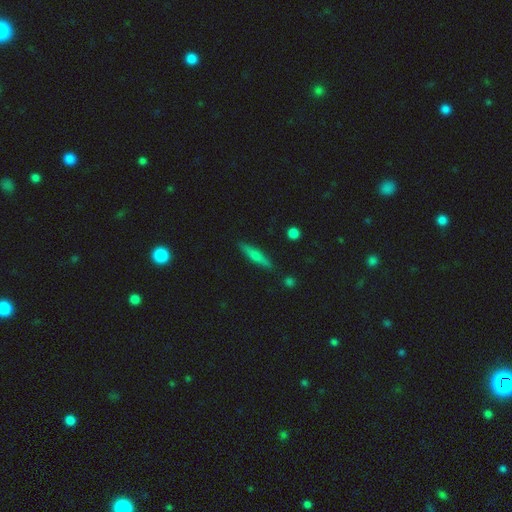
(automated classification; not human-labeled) Smooth or featured?
  - smooth: 58% *
  - featured or disk: 35%
  - star or artifact: 7%
How rounded?
  - cigar-shaped: 85% *
  - in between: 13%
  - round: 2%
Merging?
  - none: 87% *
  - minor disturbance: 9%
  - merger: 2%
  - major disturbance: 2%